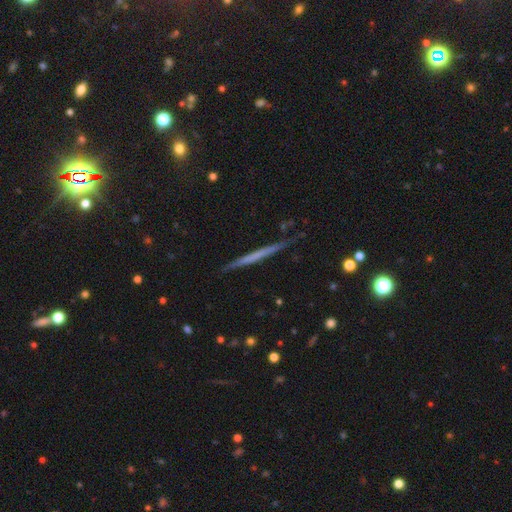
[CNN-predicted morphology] A featured or disk galaxy (53%) viewed edge-on (97%) with no central bulge (90%).

Vote fractions:
- Smooth or featured? featured or disk: 53% / smooth: 41% / star or artifact: 7%
- Edge-on disk? yes: 97% / no: 3%
- Edge-on bulge? none: 90% / rounded: 6% / boxy: 4%
- Merging? none: 87% / minor disturbance: 10% / major disturbance: 2% / merger: 1%